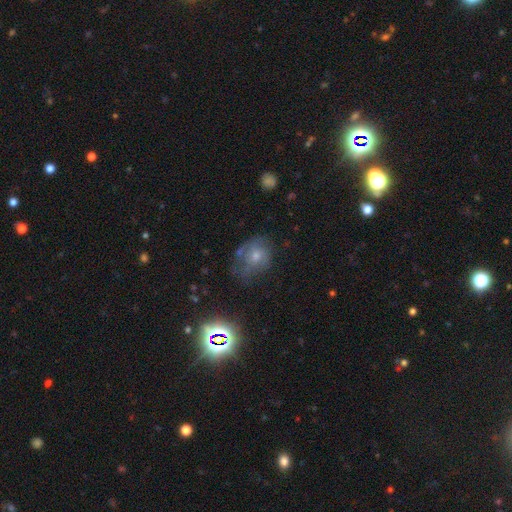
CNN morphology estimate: A smooth galaxy with no disk features (36%). Merging: none (54%).